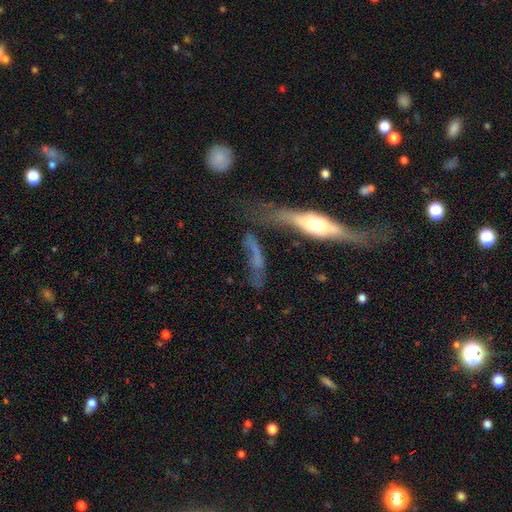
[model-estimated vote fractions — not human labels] A featured or disk galaxy (57%) viewed edge-on (58%).

Vote fractions:
- Smooth or featured? featured or disk: 57% / smooth: 29% / star or artifact: 14%
- Edge-on disk? yes: 58% / no: 42%
- Merging? none: 40% / major disturbance: 26% / minor disturbance: 20% / merger: 14%